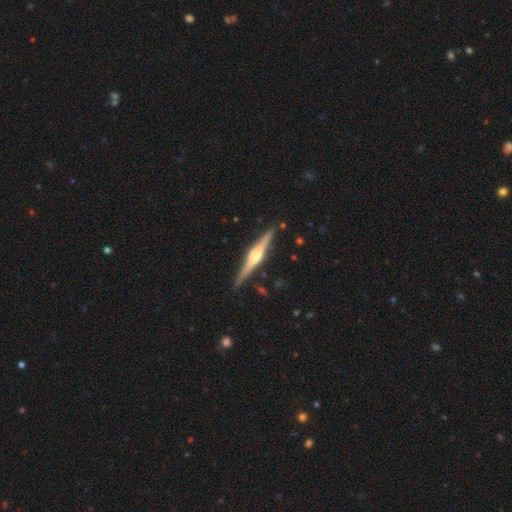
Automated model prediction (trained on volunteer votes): Smooth or featured? Predicted: featured or disk (p=0.79). Edge-on disk? Predicted: yes (p=0.98). Edge-on bulge? Predicted: rounded (p=0.84). Merging? Predicted: none (p=0.88).